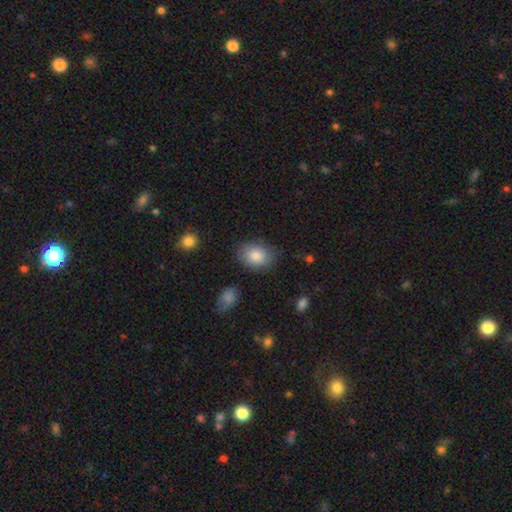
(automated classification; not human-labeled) Overall: smooth (84%). How rounded: in between (73%). Merging: none (75%).